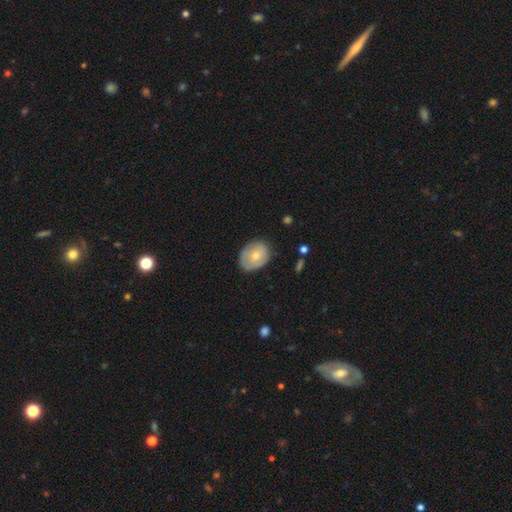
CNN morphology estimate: This appears to be a smooth galaxy with no disk features (67%) that is in between round and cigar-shaped (60%). Merging: none (73%).